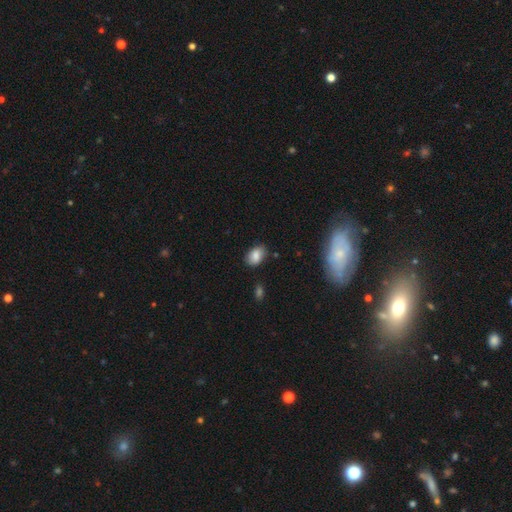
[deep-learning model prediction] Overall: smooth (82%). How rounded: in between (84%). Merging: none (77%).